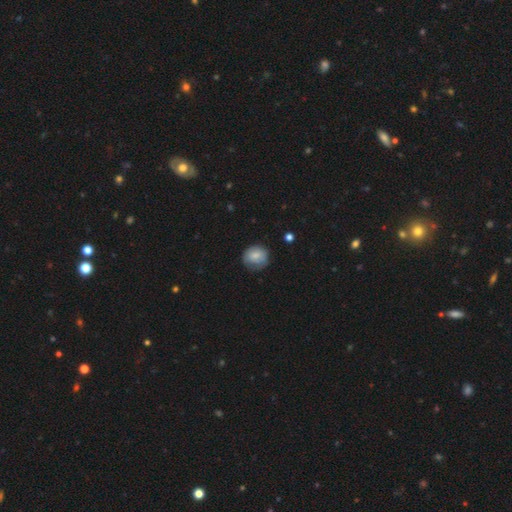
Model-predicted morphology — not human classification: smooth 76%, featured or disk 16%, star or artifact 8%. Down the decision tree: how rounded — round (78%); merging — none (65%).